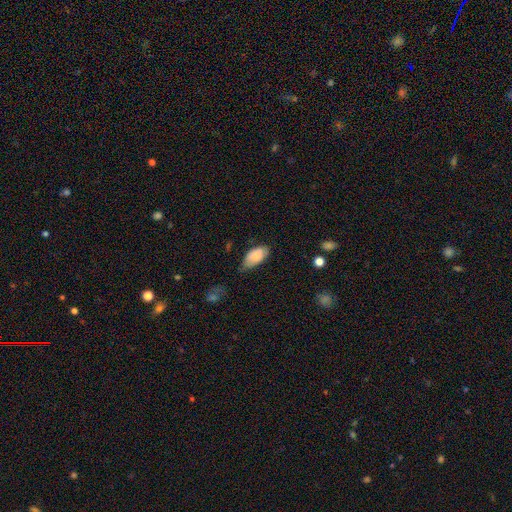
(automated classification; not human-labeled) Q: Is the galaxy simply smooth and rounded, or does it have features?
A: smooth — 84%.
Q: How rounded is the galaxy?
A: in between — 94%.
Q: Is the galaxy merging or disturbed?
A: none — 46%.